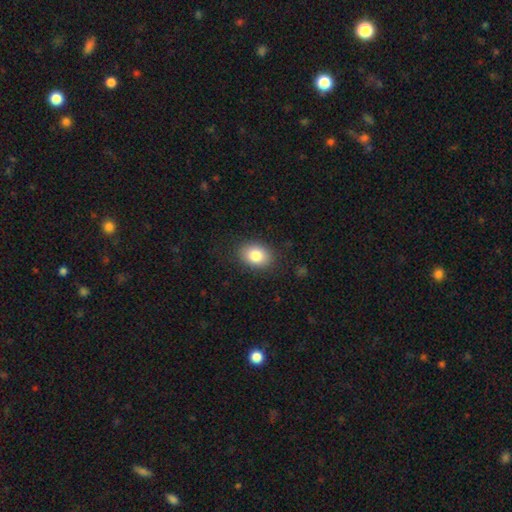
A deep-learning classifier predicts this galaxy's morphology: Smooth or featured? Predicted: smooth (p=0.83). How rounded? Predicted: in between (p=0.68). Merging? Predicted: none (p=0.86).